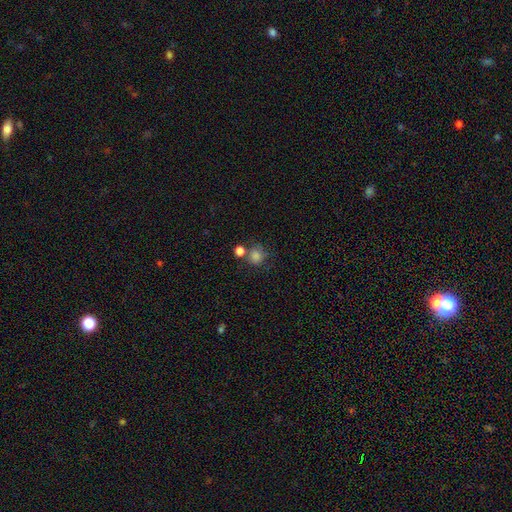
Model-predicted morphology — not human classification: Smooth or featured?
  - smooth: 80% *
  - star or artifact: 13%
  - featured or disk: 8%
How rounded?
  - round: 87% *
  - in between: 12%
  - cigar-shaped: 1%
Merging?
  - none: 59% *
  - merger: 20%
  - minor disturbance: 14%
  - major disturbance: 7%